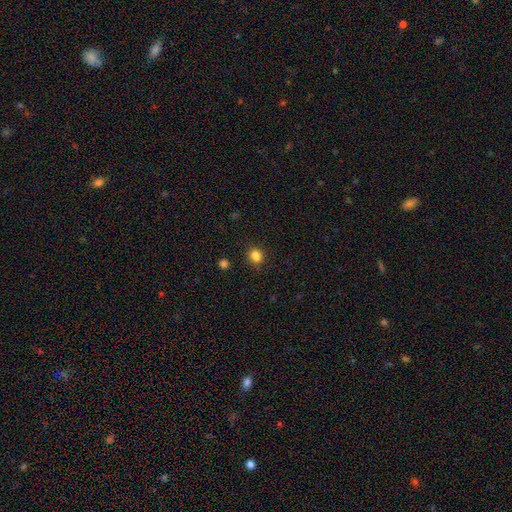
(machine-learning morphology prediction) type=smooth (82%); roundness=round (66%); merging=none (78%).